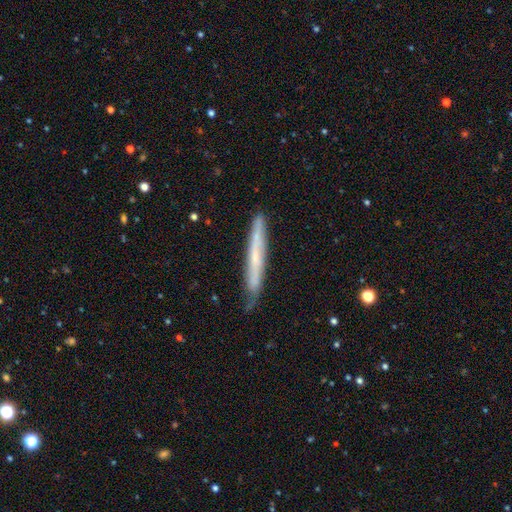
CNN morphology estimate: featured or disk 50%, smooth 43%, star or artifact 7%. Down the decision tree: edge-on disk — yes (87%); merging — none (78%).